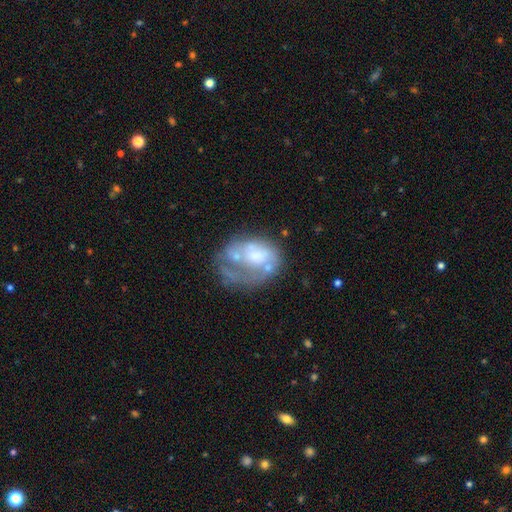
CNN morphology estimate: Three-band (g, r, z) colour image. It shows a featured or disk galaxy (58%) with no bar (80%), no spiral arms (66%) and a moderate central bulge (41%). Merging: major disturbance (33%).